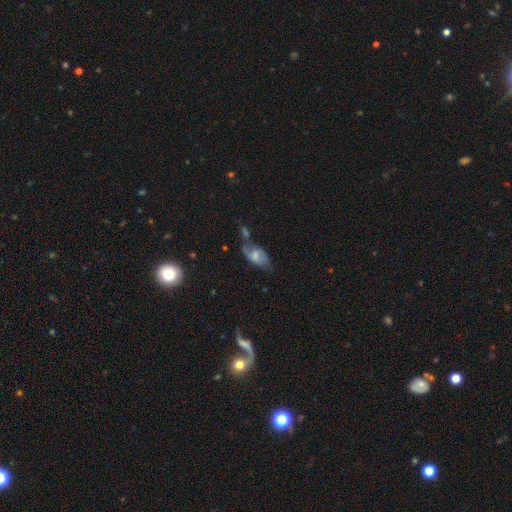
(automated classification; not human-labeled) This appears to be a smooth galaxy with no disk features (52%) that is in between round and cigar-shaped (90%). Merging: none (37%).